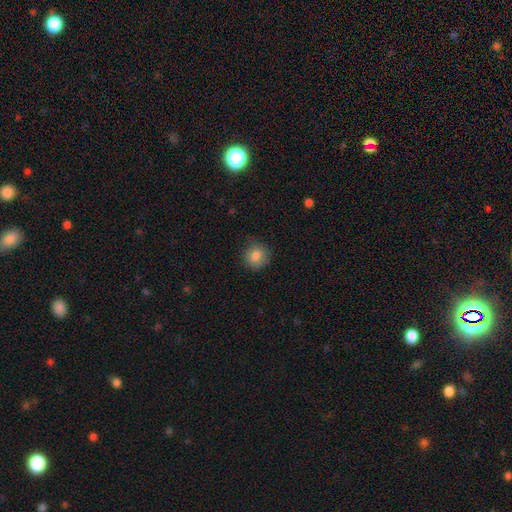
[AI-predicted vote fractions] smooth-or-featured: smooth: 83% | star or artifact: 10% | featured or disk: 7%
  how-rounded: round: 87% | in between: 12% | cigar-shaped: 1%
  merging: none: 81% | minor disturbance: 15% | major disturbance: 3% | merger: 1%